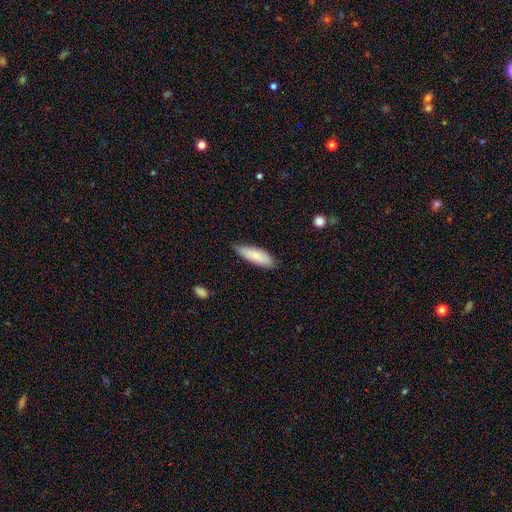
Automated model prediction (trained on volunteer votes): Smooth or featured? smooth (84%)
How rounded? in between (55%)
Merging? none (76%)